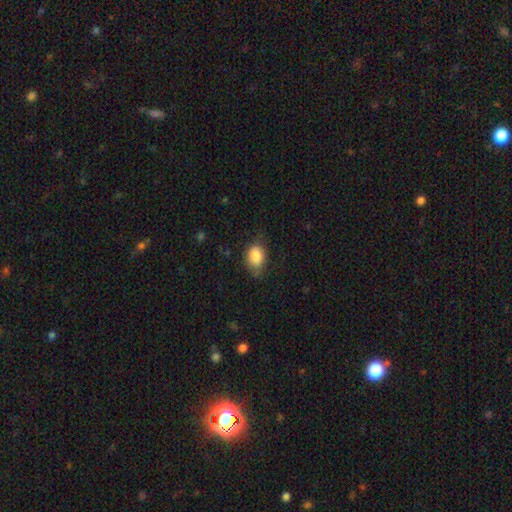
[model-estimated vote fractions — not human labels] A smooth galaxy with no disk features (87%) that is in between round and cigar-shaped (77%). Merging: none (63%).